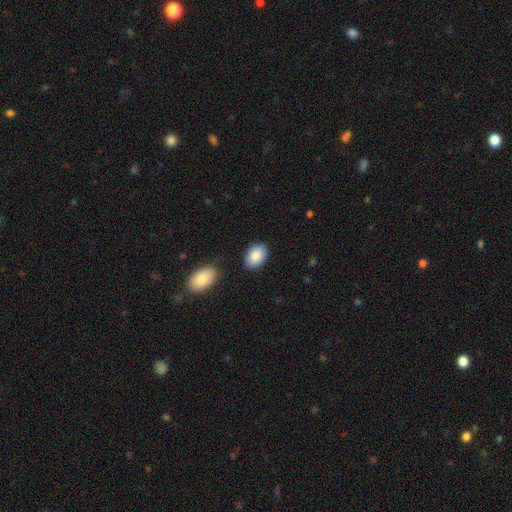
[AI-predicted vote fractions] smooth_or_featured: smooth (p=0.88) [alt: featured or disk p=0.06]
how_rounded: in between (p=0.86) [alt: round p=0.13]
merging: none (p=0.84) [alt: minor disturbance p=0.10]